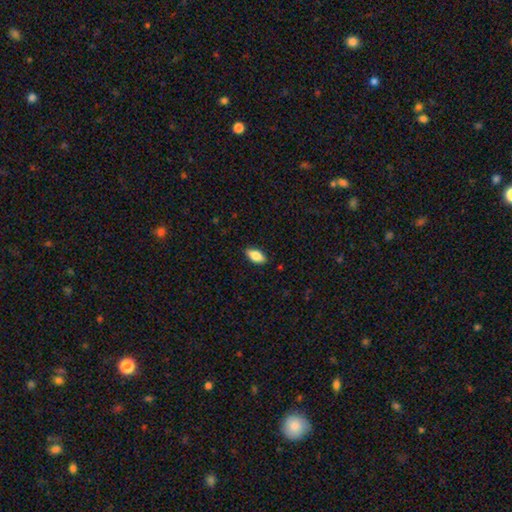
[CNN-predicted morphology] Smooth or featured: smooth — 81% (featured or disk — 13%)
How rounded: in between — 88% (cigar-shaped — 9%)
Merging: none — 87% (minor disturbance — 10%)